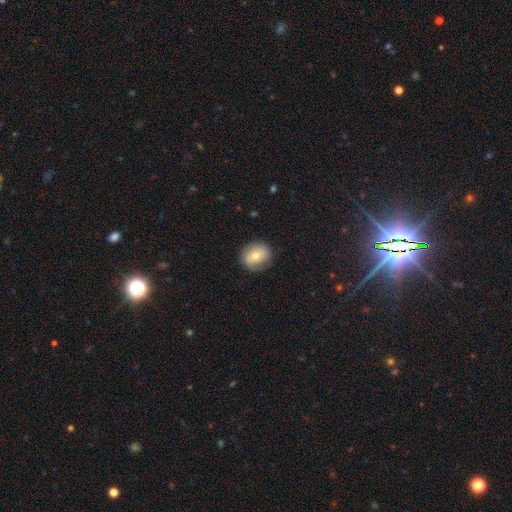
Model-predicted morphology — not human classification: smooth-or-featured: smooth: 64% | featured or disk: 27% | star or artifact: 8%
  how-rounded: round: 69% | in between: 30% | cigar-shaped: 1%
  merging: none: 81% | minor disturbance: 14% | major disturbance: 4% | merger: 1%